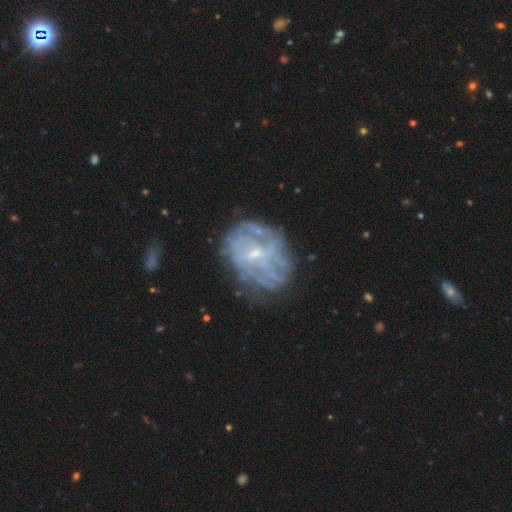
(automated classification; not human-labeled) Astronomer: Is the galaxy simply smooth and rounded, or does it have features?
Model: featured or disk — 66%.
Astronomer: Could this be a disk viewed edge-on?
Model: no — 96%.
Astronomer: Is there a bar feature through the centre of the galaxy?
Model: no — 55% (runner-up: weak, 35%).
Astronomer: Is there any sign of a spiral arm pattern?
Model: yes — 55% (runner-up: no, 45%).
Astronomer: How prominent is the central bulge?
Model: small — 72%.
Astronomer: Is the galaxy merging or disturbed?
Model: none — 66%.